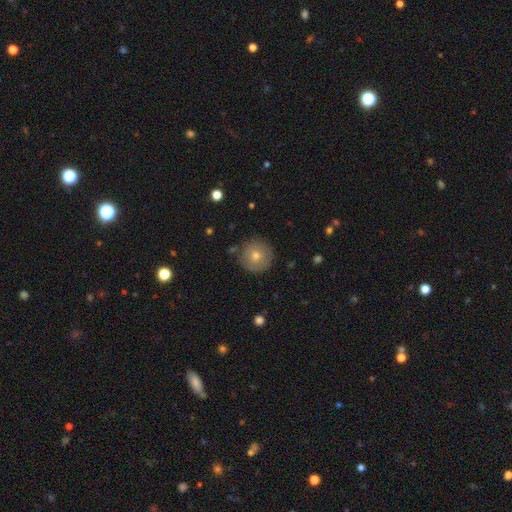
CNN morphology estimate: Overall: smooth (65%). How rounded: round (96%). Merging: none (88%).